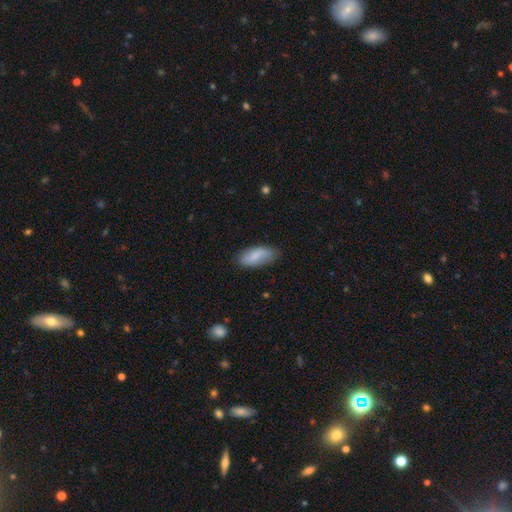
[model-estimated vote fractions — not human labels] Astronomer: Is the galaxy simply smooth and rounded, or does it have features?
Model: smooth — 80%.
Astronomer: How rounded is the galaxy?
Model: in between — 84%.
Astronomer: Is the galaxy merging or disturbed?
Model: none — 74%.